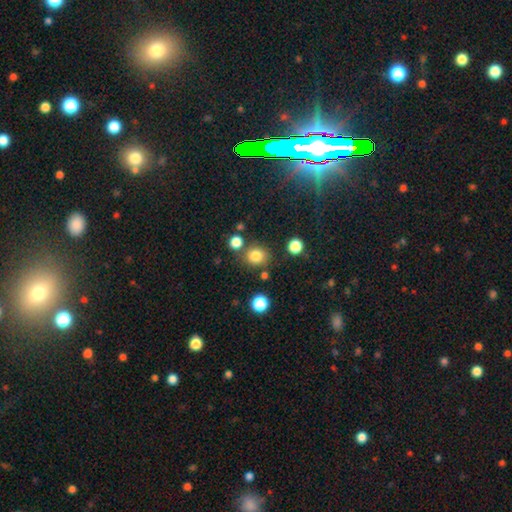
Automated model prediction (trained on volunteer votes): Smooth or featured? Predicted: smooth (p=0.81). How rounded? Predicted: round (p=0.79). Merging? Predicted: none (p=0.77).